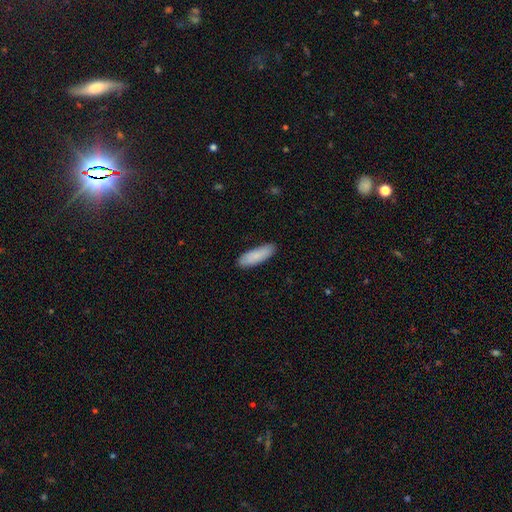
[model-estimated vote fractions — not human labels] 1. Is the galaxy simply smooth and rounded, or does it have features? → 85% smooth, 9% featured or disk, 6% star or artifact.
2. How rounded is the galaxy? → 51% in between, 47% cigar-shaped, 2% round.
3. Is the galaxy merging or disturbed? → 86% none, 11% minor disturbance, 2% major disturbance, 1% merger.